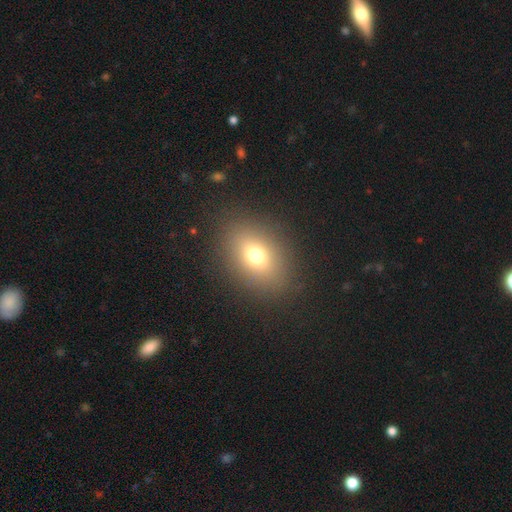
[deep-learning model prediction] Q: Smooth or featured?
A: smooth (71%); runner-up: star or artifact (16%)
Q: How rounded?
A: in between (66%); runner-up: round (32%)
Q: Merging?
A: none (86%); runner-up: minor disturbance (8%)